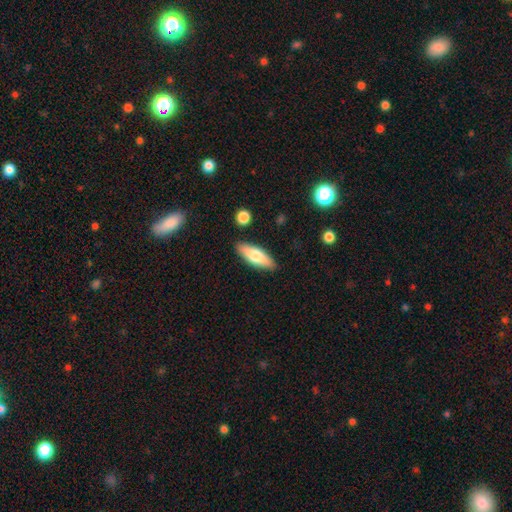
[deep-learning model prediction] Q: Smooth or featured?
A: smooth (68%); runner-up: featured or disk (26%)
Q: How rounded?
A: in between (60%); runner-up: cigar-shaped (37%)
Q: Merging?
A: none (87%); runner-up: minor disturbance (9%)